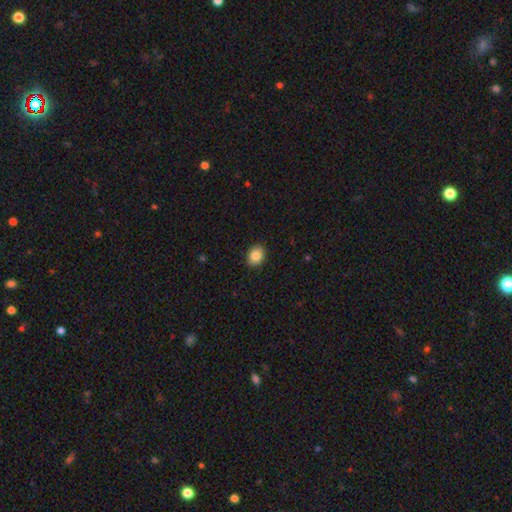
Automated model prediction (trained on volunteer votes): smooth-or-featured: smooth: 85% | star or artifact: 8% | featured or disk: 7%
  how-rounded: in between: 61% | round: 38% | cigar-shaped: 1%
  merging: none: 90% | minor disturbance: 7% | major disturbance: 2% | merger: 1%